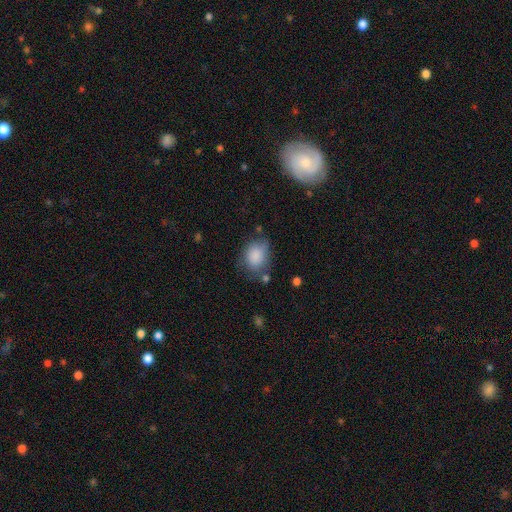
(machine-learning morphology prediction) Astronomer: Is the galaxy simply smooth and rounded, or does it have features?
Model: smooth — 86%.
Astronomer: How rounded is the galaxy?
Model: in between — 57% (runner-up: round, 42%).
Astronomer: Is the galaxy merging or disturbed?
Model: none — 61%.